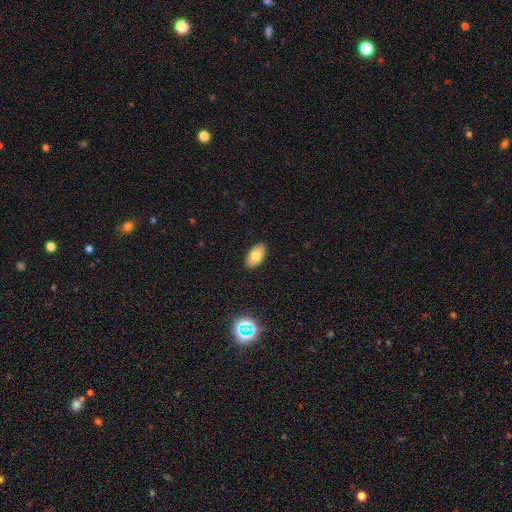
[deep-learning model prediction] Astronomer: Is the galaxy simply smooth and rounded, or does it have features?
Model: smooth — 75%.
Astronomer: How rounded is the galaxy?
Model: in between — 93%.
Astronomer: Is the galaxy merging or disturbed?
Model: none — 89%.